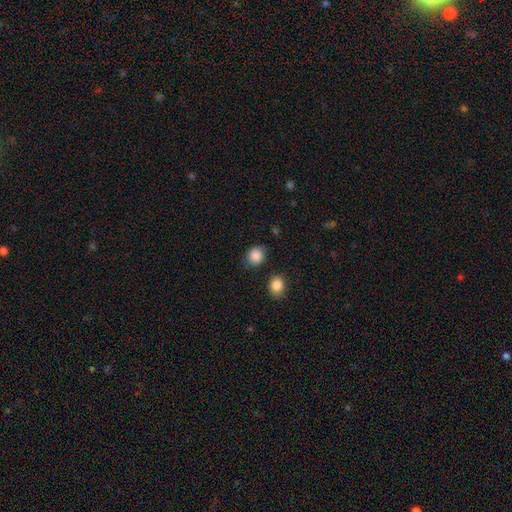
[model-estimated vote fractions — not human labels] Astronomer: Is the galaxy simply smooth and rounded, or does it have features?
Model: smooth — 88%.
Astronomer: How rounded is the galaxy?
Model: round — 67%.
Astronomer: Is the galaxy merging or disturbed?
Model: none — 80%.